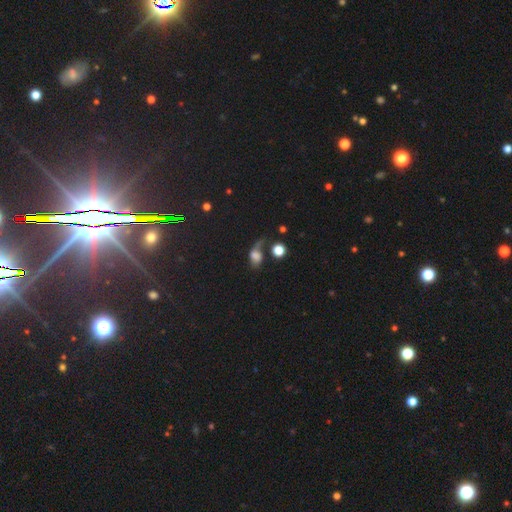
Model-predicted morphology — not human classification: smooth 59%, featured or disk 23%, star or artifact 18%. Down the decision tree: how rounded — in between (59%); merging — major disturbance (36%).